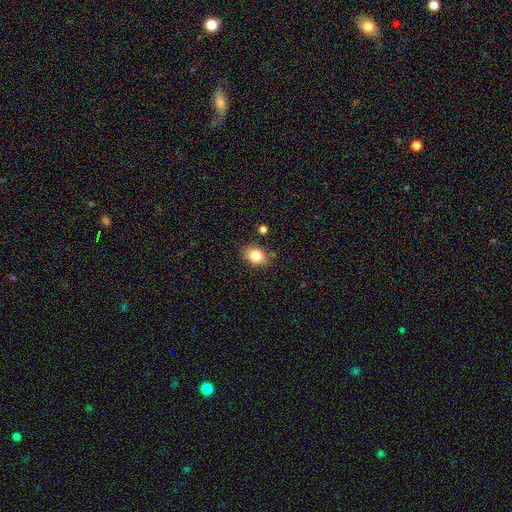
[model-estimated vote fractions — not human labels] Q: Smooth or featured?
A: smooth (84%); runner-up: star or artifact (9%)
Q: How rounded?
A: in between (76%); runner-up: round (23%)
Q: Merging?
A: none (82%); runner-up: minor disturbance (12%)